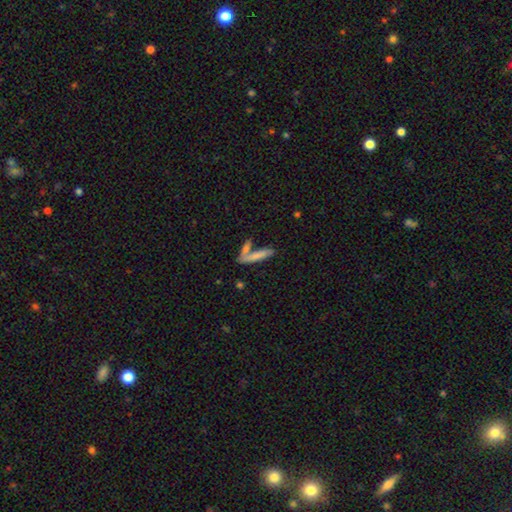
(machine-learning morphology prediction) Smooth or featured: smooth — 71% (featured or disk — 21%)
How rounded: cigar-shaped — 84% (in between — 14%)
Merging: none — 50% (merger — 35%)